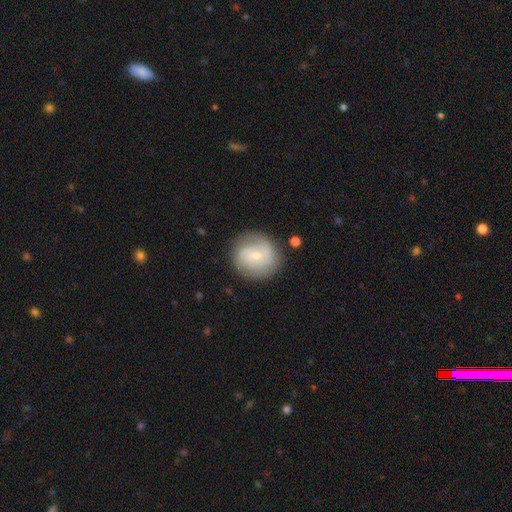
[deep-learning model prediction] Smooth or featured: featured or disk — 56% (smooth — 37%)
Edge-on disk: no — 97% (yes — 3%)
Bar: no — 52% (weak — 39%)
Spiral arms: yes — 84% (no — 16%)
Bulge size: small — 63% (moderate — 32%)
Merging: none — 79% (minor disturbance — 14%)